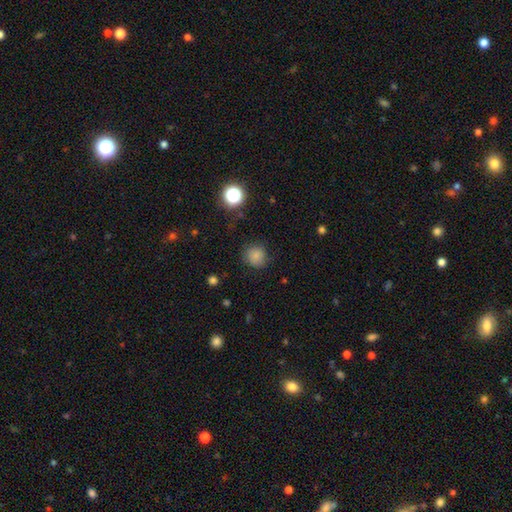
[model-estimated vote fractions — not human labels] smooth_or_featured: smooth (p=0.82) [alt: star or artifact p=0.13]
how_rounded: round (p=0.90) [alt: in between p=0.09]
merging: none (p=0.83) [alt: minor disturbance p=0.12]